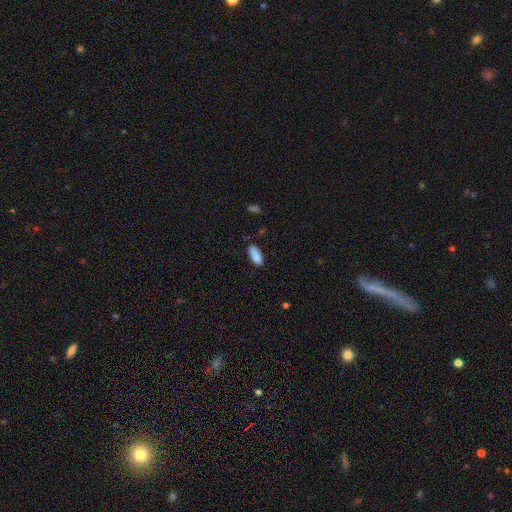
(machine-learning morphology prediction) smooth-or-featured: smooth: 89% | star or artifact: 7% | featured or disk: 4%
  how-rounded: in between: 85% | cigar-shaped: 13% | round: 2%
  merging: none: 78% | minor disturbance: 17% | major disturbance: 3% | merger: 2%